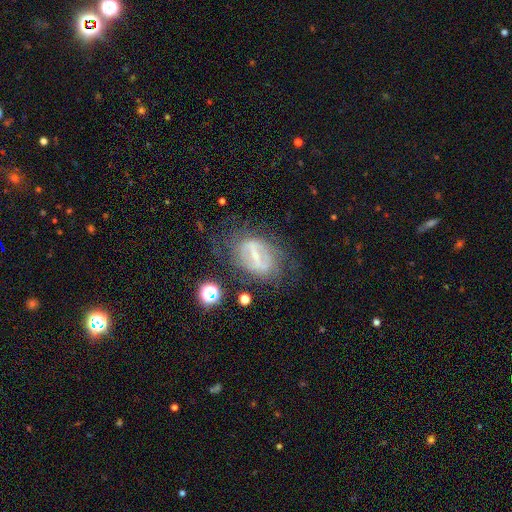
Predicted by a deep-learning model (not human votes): Smooth or featured: featured or disk — 73% (smooth — 17%)
Edge-on disk: no — 90% (yes — 10%)
Bar: strong — 63% (weak — 28%)
Spiral arms: yes — 56% (no — 44%)
Bulge size: small — 55% (moderate — 23%)
Merging: none — 60% (minor disturbance — 21%)